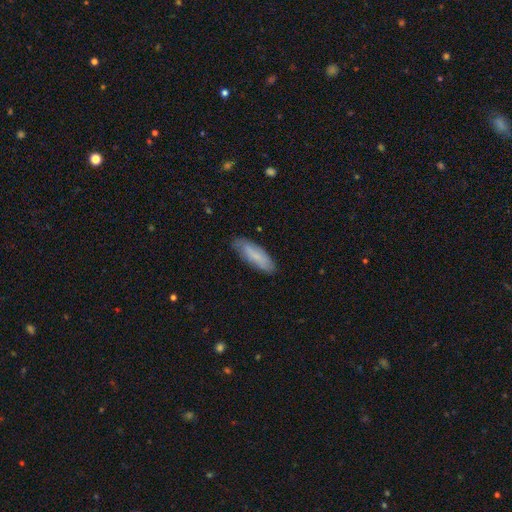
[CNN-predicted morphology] A smooth galaxy with no disk features (72%) that is in between round and cigar-shaped (50%). Merging: none (80%).